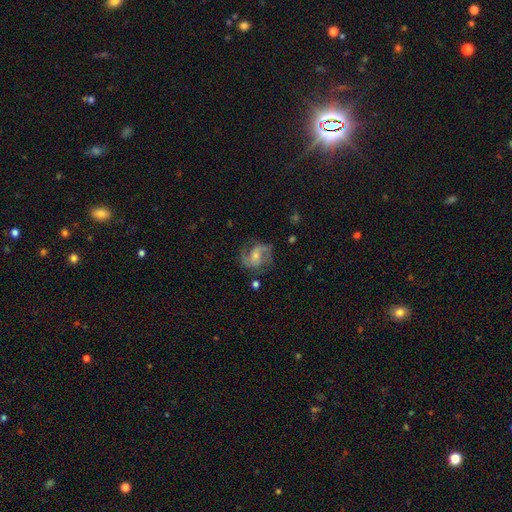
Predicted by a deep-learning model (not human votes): This is likely a featured or disk galaxy (79%). It is clearly not viewed edge-on (97%). Bar: possibly no (47%). Spiral arm pattern: clearly yes (95%). Spiral arm count: likely 2 (75%). Spiral winding: possibly medium (53%). Central bulge: possibly small (50%). Merging: likely none (72%).